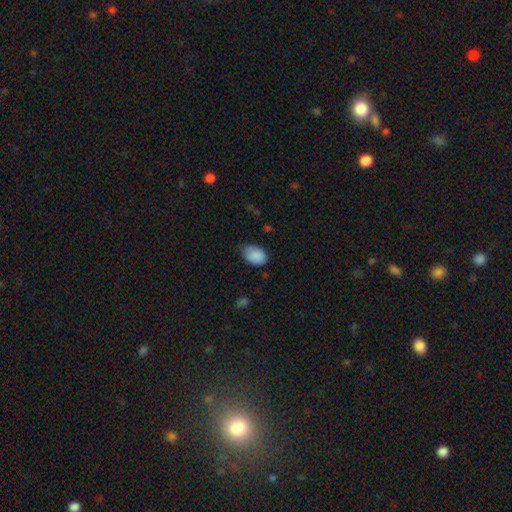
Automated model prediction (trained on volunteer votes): A smooth galaxy with no disk features (88%) that is in between round and cigar-shaped (84%). Merging: none (67%).